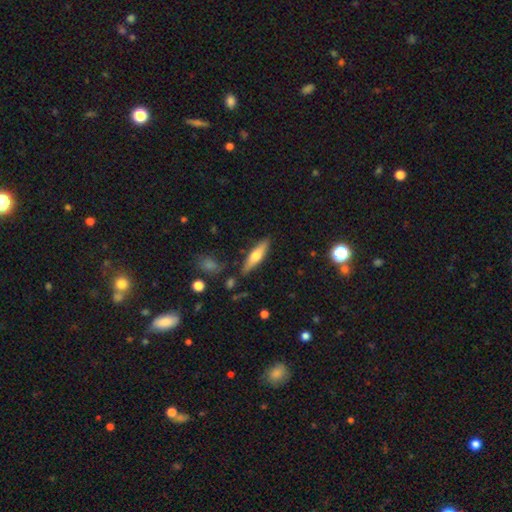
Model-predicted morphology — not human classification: Overall: smooth (54%; featured or disk 40%). How rounded: cigar-shaped (69%; in between 29%). Merging: none (83%).